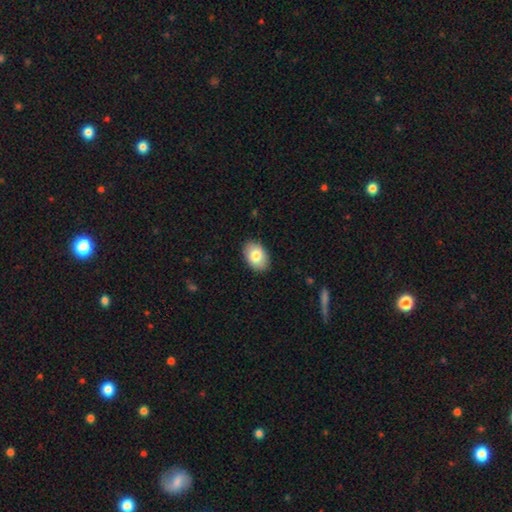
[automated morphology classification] Smooth or featured? smooth (82%)
How rounded? in between (86%)
Merging? none (89%)